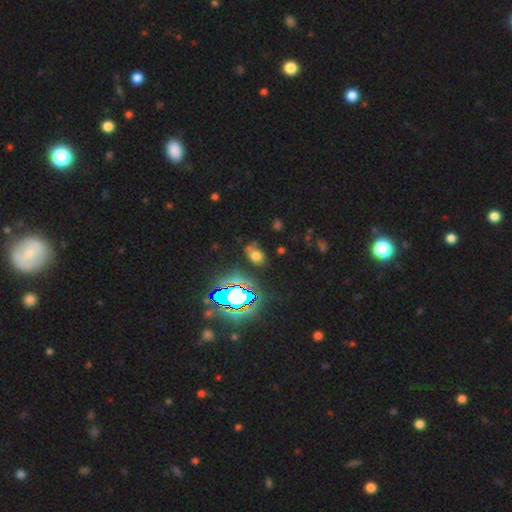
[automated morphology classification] This is possibly a smooth galaxy (54%). How rounded: likely in between (60%). Merging: likely none (62%).